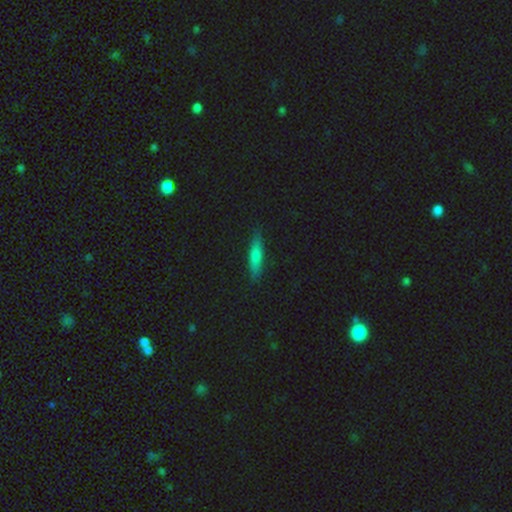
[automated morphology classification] Q: Smooth or featured?
A: smooth (66%); runner-up: featured or disk (26%)
Q: How rounded?
A: cigar-shaped (80%); runner-up: in between (18%)
Q: Merging?
A: none (89%); runner-up: minor disturbance (9%)